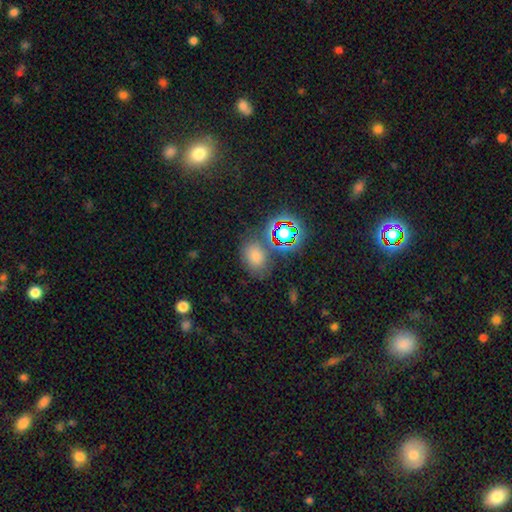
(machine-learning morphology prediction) Overall: smooth (56%; star or artifact 34%). How rounded: in between (66%; round 33%). Merging: none (72%).